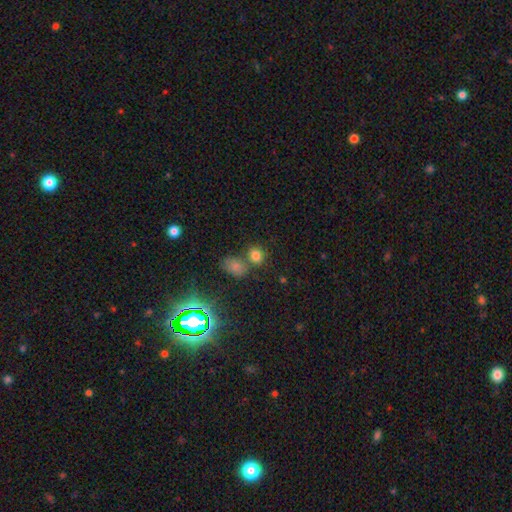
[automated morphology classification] Smooth or featured: smooth — 75% (star or artifact — 18%)
How rounded: round — 71% (in between — 28%)
Merging: none — 60% (merger — 26%)